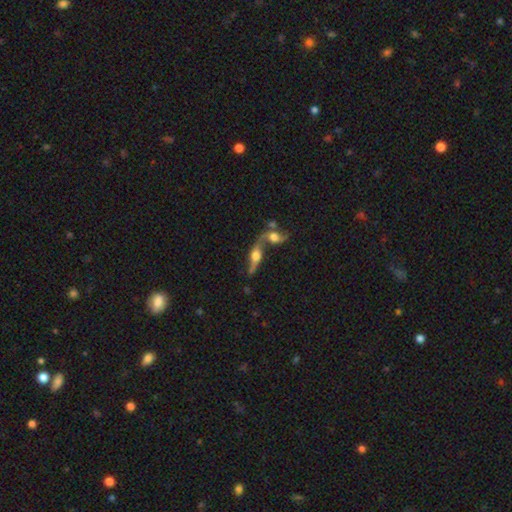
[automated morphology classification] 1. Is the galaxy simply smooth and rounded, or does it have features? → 69% featured or disk, 23% smooth, 8% star or artifact.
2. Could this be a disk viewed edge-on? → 54% no, 46% yes.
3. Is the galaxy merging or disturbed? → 64% merger, 21% none, 8% minor disturbance, 7% major disturbance.